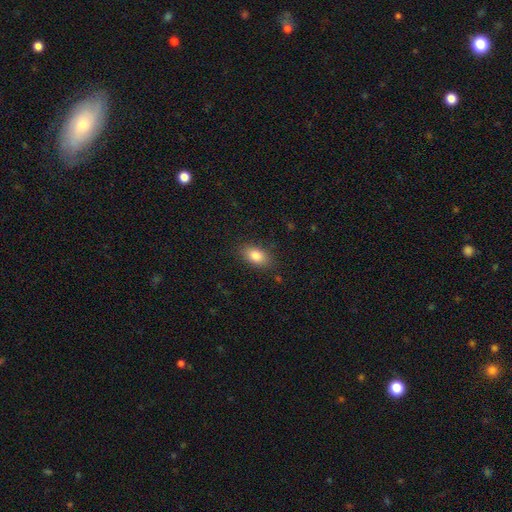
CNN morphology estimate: smooth 84%, star or artifact 8%, featured or disk 8%. Down the decision tree: how rounded — in between (89%); merging — none (85%).